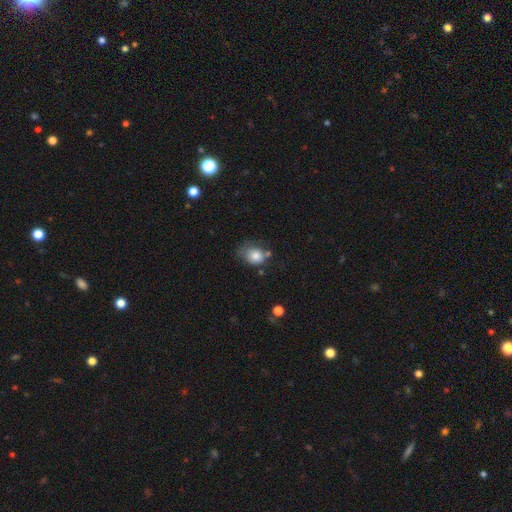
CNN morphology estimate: Smooth or featured: smooth — 79% (featured or disk — 11%)
How rounded: round — 55% (in between — 44%)
Merging: none — 44% (minor disturbance — 32%)